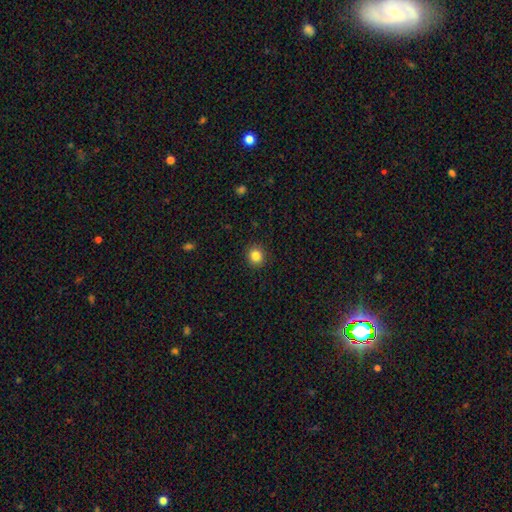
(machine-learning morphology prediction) This is clearly a smooth galaxy (85%). How rounded: clearly round (87%). Merging: clearly none (91%).